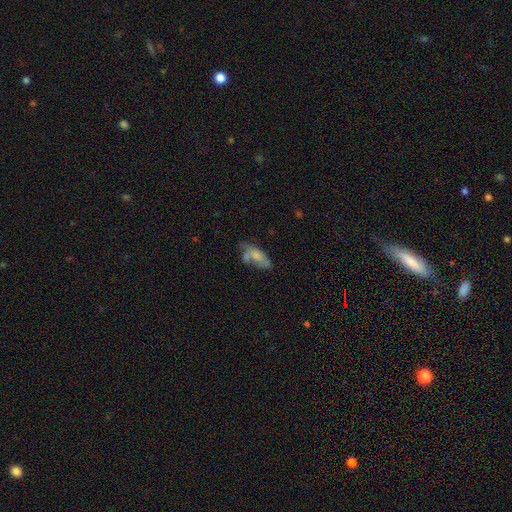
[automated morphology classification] smooth-or-featured: smooth: 67% | featured or disk: 24% | star or artifact: 8%
  how-rounded: in between: 82% | cigar-shaped: 15% | round: 3%
  merging: none: 36% | minor disturbance: 27% | merger: 21% | major disturbance: 17%